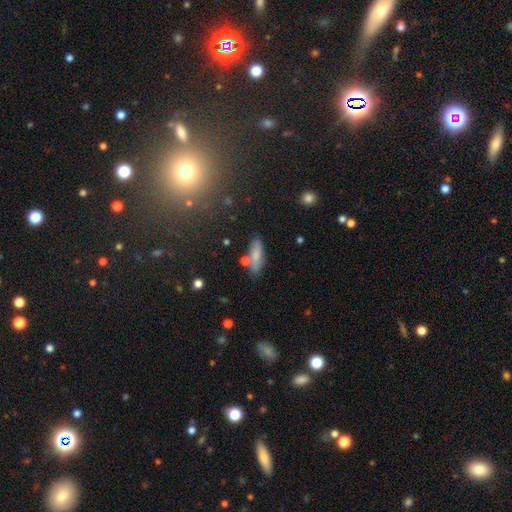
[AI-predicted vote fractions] smooth_or_featured: smooth (p=0.75) [alt: featured or disk p=0.17]
how_rounded: in between (p=0.53) [alt: cigar-shaped p=0.44]
merging: none (p=0.71) [alt: minor disturbance p=0.14]